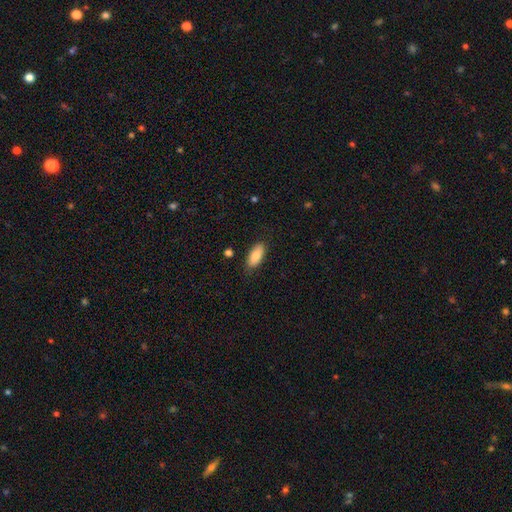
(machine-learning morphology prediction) The model was most divided on "merging": none: 84%, minor disturbance: 12%, major disturbance: 3%, merger: 2%. More confident: how rounded — in between (86%); smooth or featured — smooth (83%).